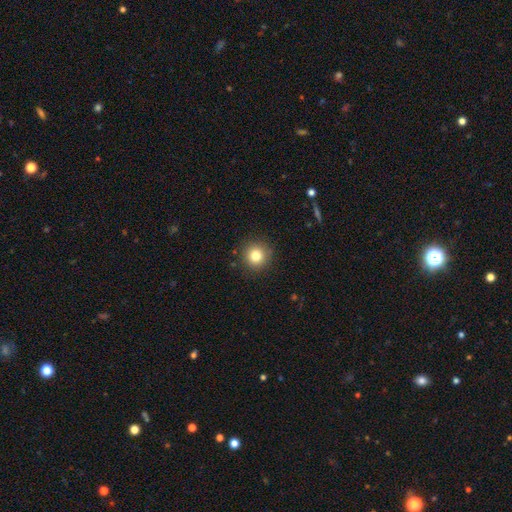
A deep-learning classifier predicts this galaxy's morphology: Smooth or featured? smooth (81%)
How rounded? round (94%)
Merging? none (90%)